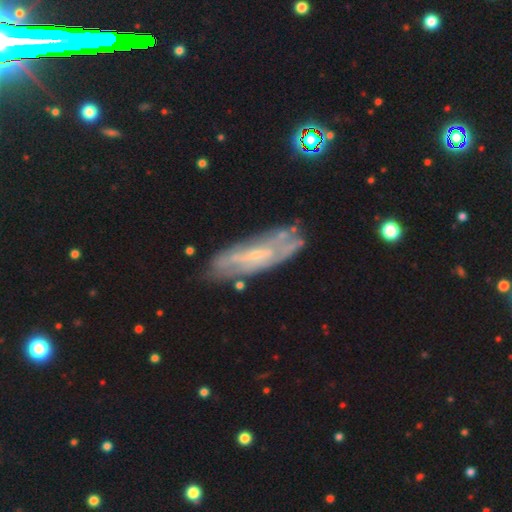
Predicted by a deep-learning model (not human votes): Smooth or featured?
  - featured or disk: 71% *
  - smooth: 22%
  - star or artifact: 7%
Edge-on disk?
  - no: 76% *
  - yes: 24%
Bar?
  - no: 48% *
  - weak: 38%
  - strong: 14%
Spiral arms?
  - yes: 62% *
  - no: 38%
Bulge size?
  - small: 73% *
  - moderate: 17%
  - none: 7%
  - large: 1%
  - dominant: 1%
Merging?
  - none: 70% *
  - minor disturbance: 20%
  - major disturbance: 7%
  - merger: 4%